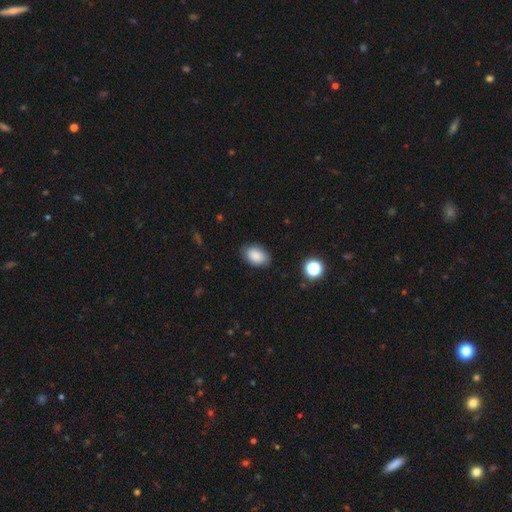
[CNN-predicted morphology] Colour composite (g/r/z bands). It shows a smooth galaxy with no disk features (87%) that is in between round and cigar-shaped (89%). Merging: none (81%).